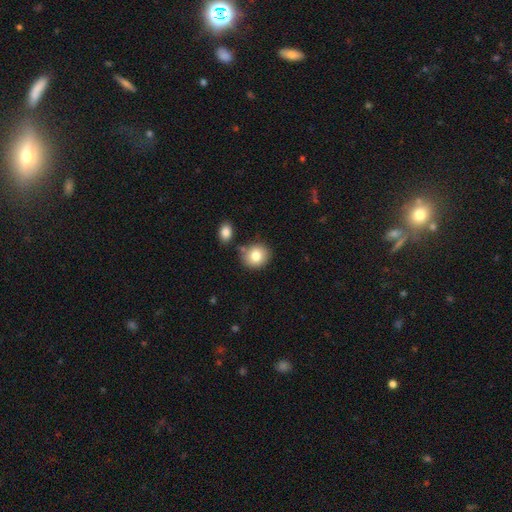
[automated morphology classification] type=smooth (81%); roundness=round (79%); merging=none (77%).